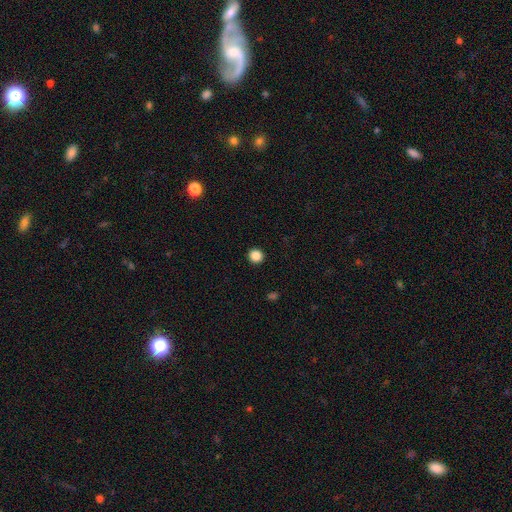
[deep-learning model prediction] smooth_or_featured: smooth (p=0.86) [alt: star or artifact p=0.11]
how_rounded: round (p=0.94) [alt: in between p=0.05]
merging: none (p=0.93) [alt: minor disturbance p=0.04]